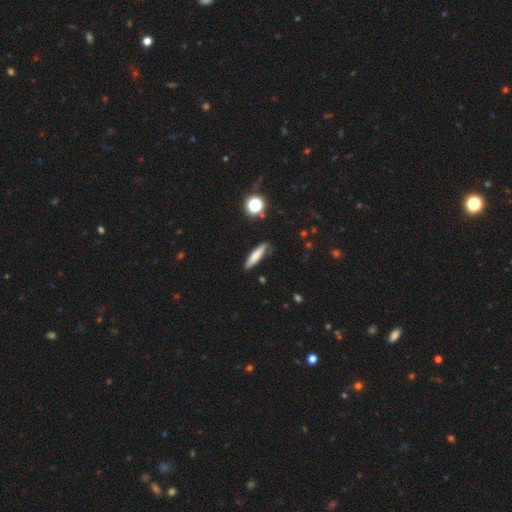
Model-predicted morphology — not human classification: Smooth or featured: smooth — 75% (featured or disk — 16%)
How rounded: cigar-shaped — 80% (in between — 18%)
Merging: none — 80% (minor disturbance — 15%)